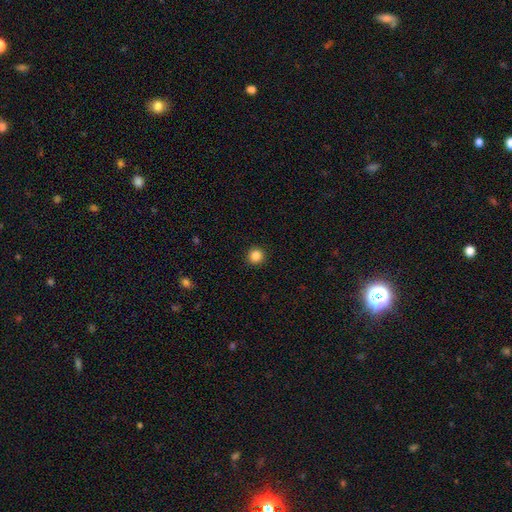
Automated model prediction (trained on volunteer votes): A smooth galaxy with no disk features (86%) that is round (95%). Merging: none (93%).